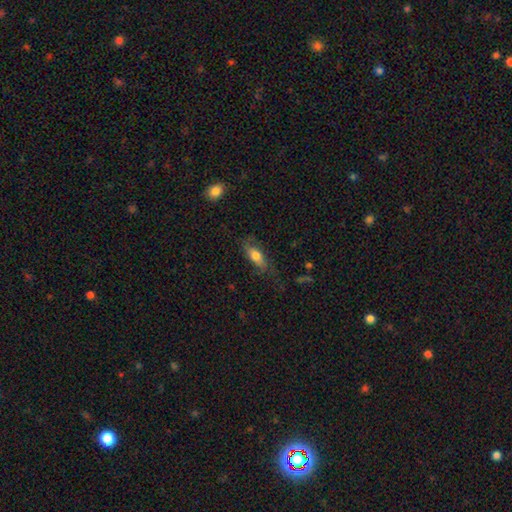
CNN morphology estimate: A smooth galaxy with no disk features (69%) that is in between round and cigar-shaped (70%).

Vote fractions:
- Smooth or featured? smooth: 69% / featured or disk: 24% / star or artifact: 8%
- How rounded? in between: 70% / cigar-shaped: 27% / round: 4%
- Merging? none: 64% / minor disturbance: 23% / major disturbance: 11% / merger: 2%